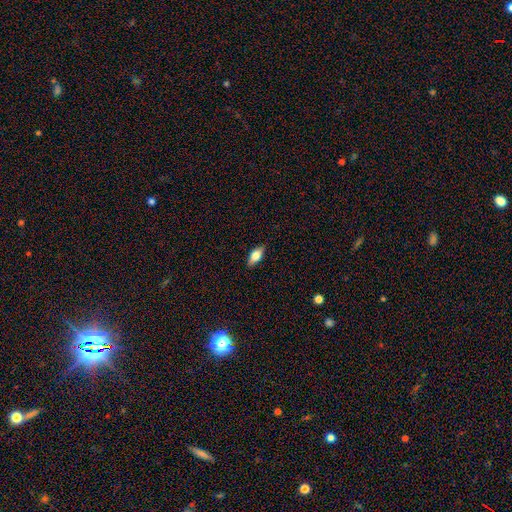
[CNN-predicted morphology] This is likely a smooth galaxy (68%). How rounded: clearly in between (82%). Merging: clearly none (86%).